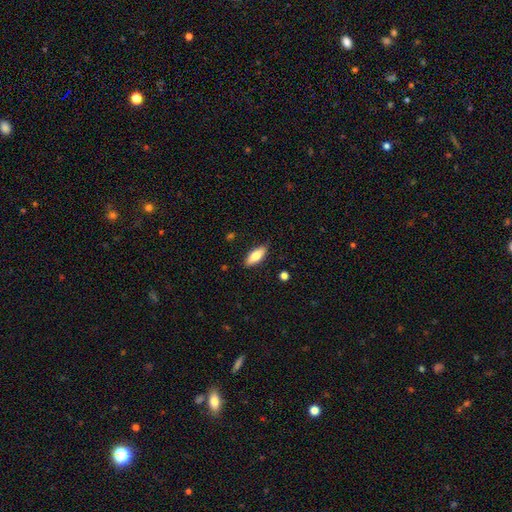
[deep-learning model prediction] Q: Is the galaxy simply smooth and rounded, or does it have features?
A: smooth — 77%.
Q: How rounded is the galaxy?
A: in between — 74%.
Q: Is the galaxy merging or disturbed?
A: none — 85%.